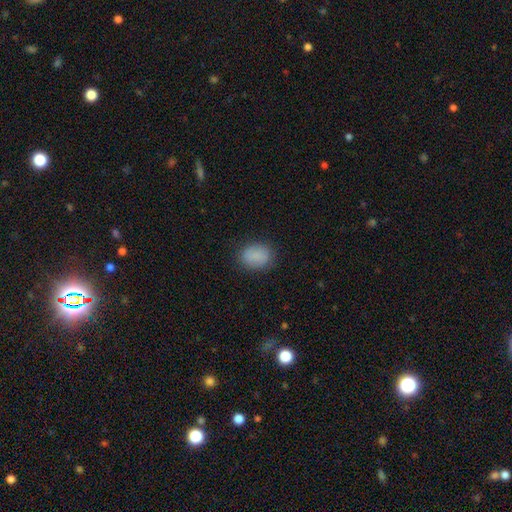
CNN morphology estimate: A smooth galaxy with no disk features (87%) that is in between round and cigar-shaped (60%). Merging: none (83%).